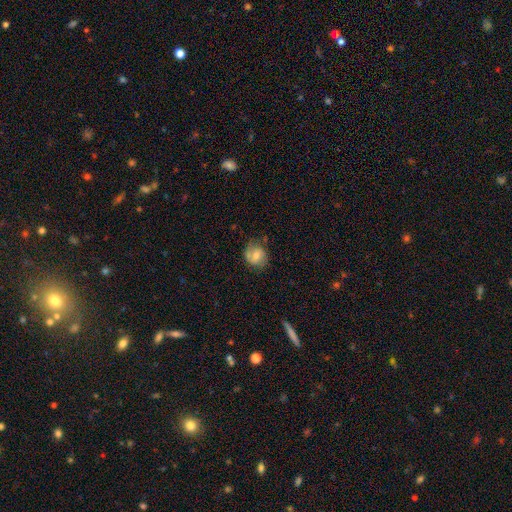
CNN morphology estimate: A smooth galaxy with no disk features (61%) that is round (75%). Merging: none (69%).